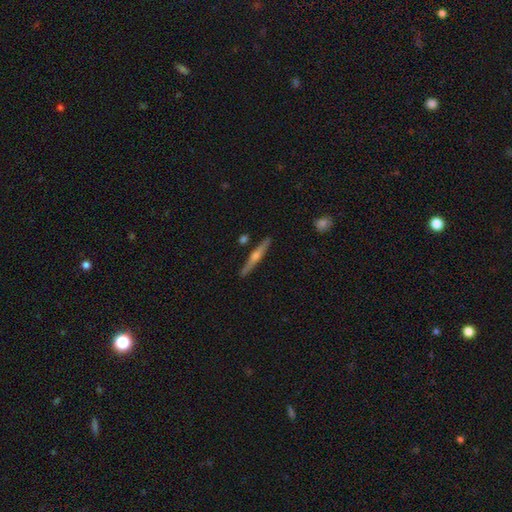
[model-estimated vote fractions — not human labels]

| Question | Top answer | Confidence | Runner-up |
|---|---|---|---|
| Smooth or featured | featured or disk | 77% | smooth (18%) |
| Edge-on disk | yes | 98% | no (2%) |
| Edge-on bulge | rounded | 88% | none (6%) |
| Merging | none | 90% | minor disturbance (7%) |